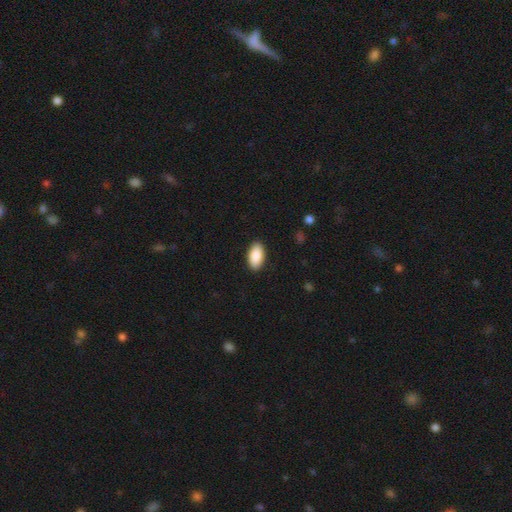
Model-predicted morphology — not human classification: Smooth or featured? smooth (88%)
How rounded? in between (94%)
Merging? none (90%)